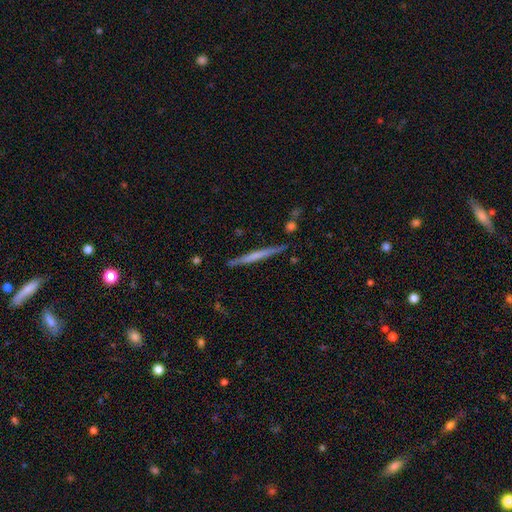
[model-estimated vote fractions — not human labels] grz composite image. It shows a featured or disk galaxy (55%) viewed edge-on (97%) with no central bulge (71%). Merging: none (88%).